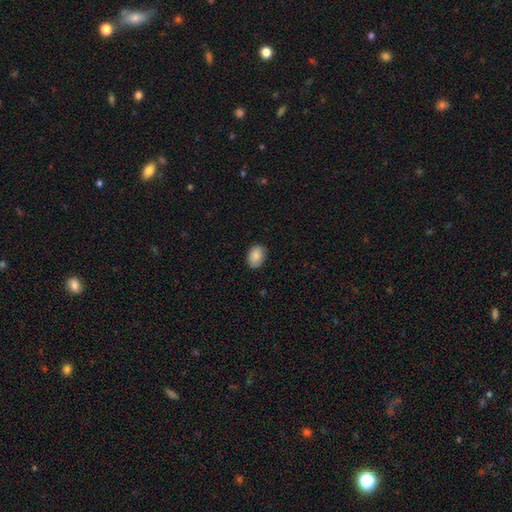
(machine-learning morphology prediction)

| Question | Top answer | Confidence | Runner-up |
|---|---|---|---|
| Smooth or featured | smooth | 88% | star or artifact (7%) |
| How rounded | in between | 79% | round (20%) |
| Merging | none | 85% | minor disturbance (12%) |